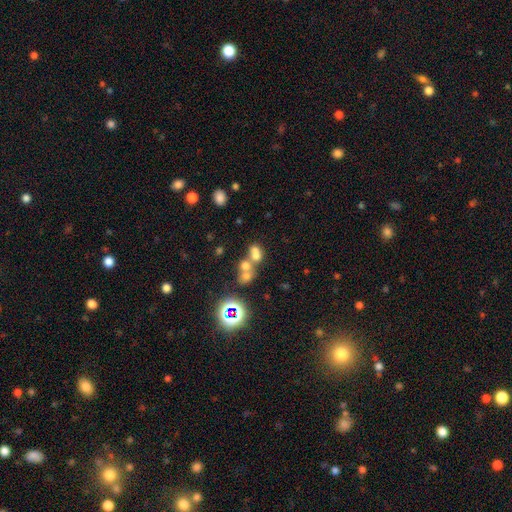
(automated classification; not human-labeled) Smooth or featured?
  - smooth: 61% *
  - star or artifact: 23%
  - featured or disk: 16%
How rounded?
  - in between: 62% *
  - round: 35%
  - cigar-shaped: 3%
Merging?
  - merger: 58% *
  - none: 28%
  - minor disturbance: 8%
  - major disturbance: 6%